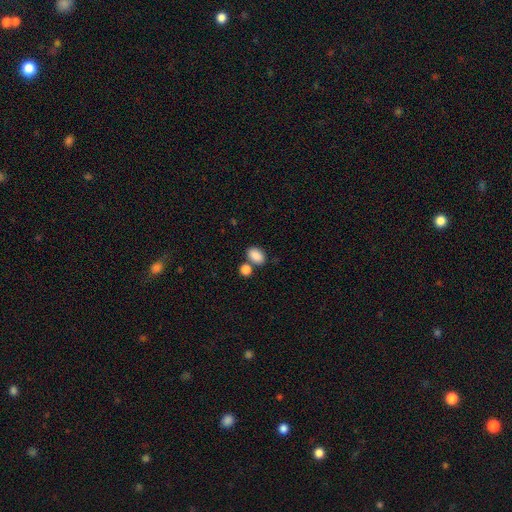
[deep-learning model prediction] A smooth galaxy with no disk features (87%) that is in between round and cigar-shaped (83%).

Vote fractions:
- Smooth or featured? smooth: 87% / star or artifact: 8% / featured or disk: 5%
- How rounded? in between: 83% / round: 16% / cigar-shaped: 1%
- Merging? none: 64% / merger: 21% / minor disturbance: 11% / major disturbance: 4%